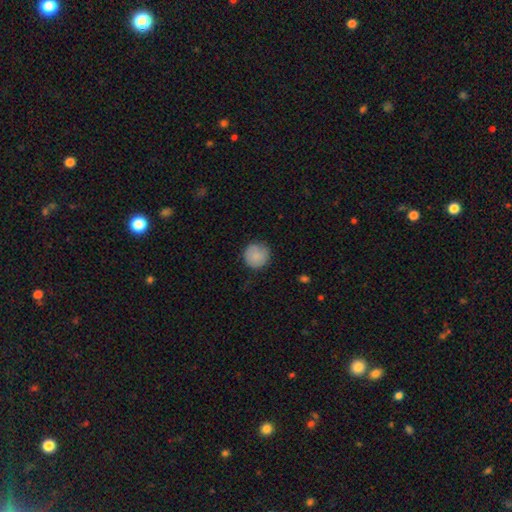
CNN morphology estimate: Smooth or featured? smooth (87%)
How rounded? round (94%)
Merging? none (82%)